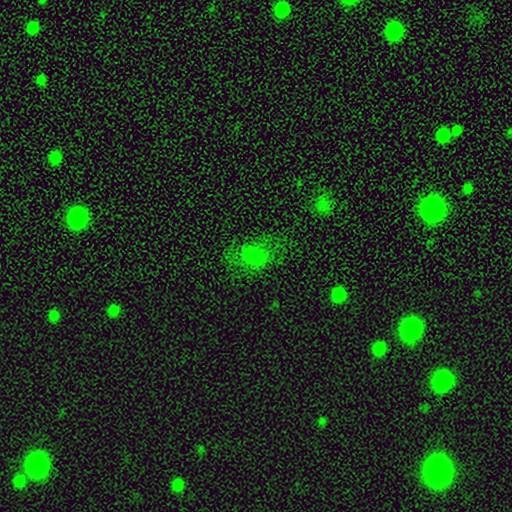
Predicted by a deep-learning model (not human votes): smooth-or-featured: smooth: 64% | star or artifact: 22% | featured or disk: 14%
  how-rounded: in between: 77% | round: 21% | cigar-shaped: 2%
  merging: none: 64% | minor disturbance: 19% | major disturbance: 13% | merger: 3%